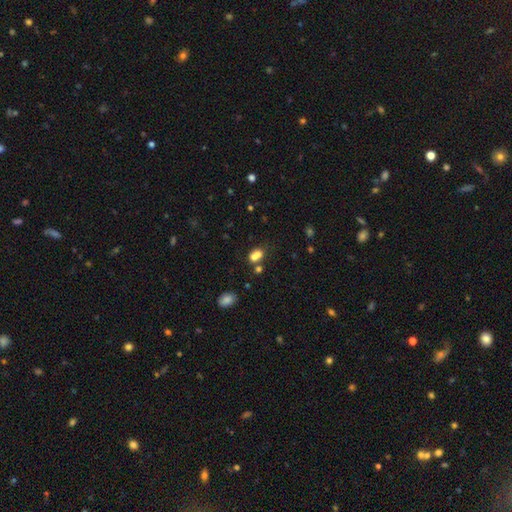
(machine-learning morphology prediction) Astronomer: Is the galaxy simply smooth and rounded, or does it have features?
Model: smooth — 75%.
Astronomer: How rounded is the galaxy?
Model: in between — 65%.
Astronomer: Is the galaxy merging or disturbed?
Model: merger — 47% (runner-up: none, 35%).